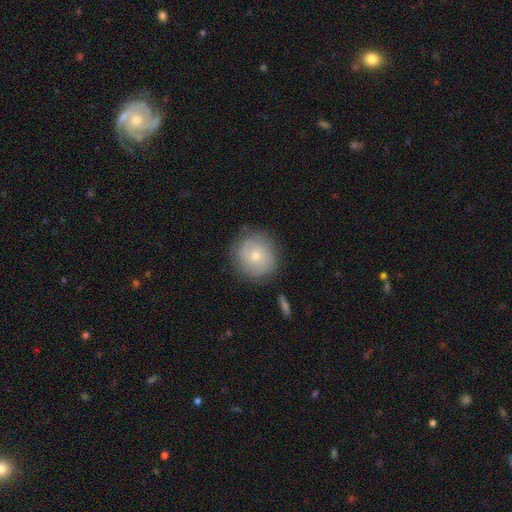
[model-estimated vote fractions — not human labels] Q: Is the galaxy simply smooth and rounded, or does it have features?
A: smooth — 52%.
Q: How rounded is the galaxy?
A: round — 91%.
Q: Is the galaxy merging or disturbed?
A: none — 81%.